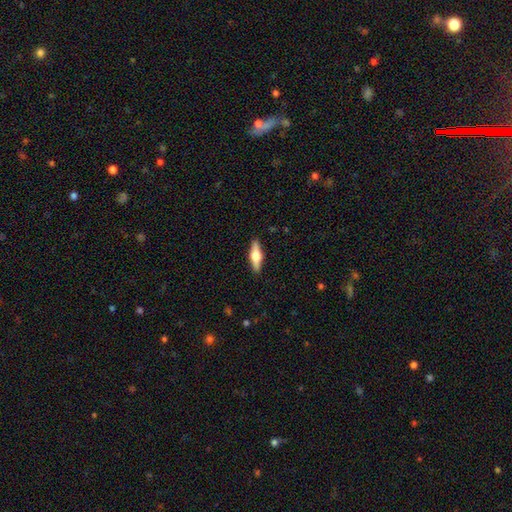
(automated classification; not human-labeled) This appears to be a featured or disk galaxy (55%) viewed edge-on (95%) with a rounded central bulge (94%). Merging: none (90%).